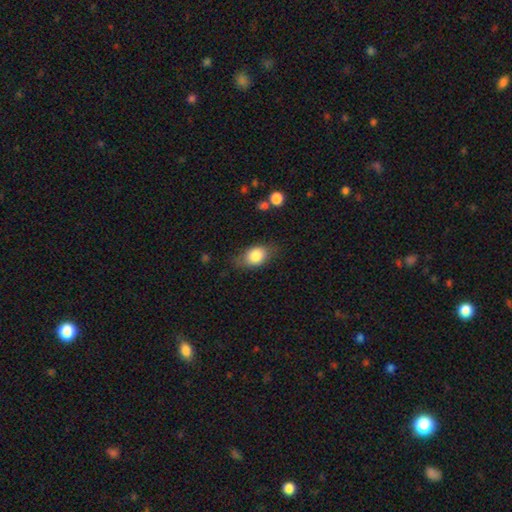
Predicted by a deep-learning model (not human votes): Smooth or featured: smooth — 81% (featured or disk — 11%)
How rounded: in between — 80% (round — 18%)
Merging: none — 69% (minor disturbance — 22%)